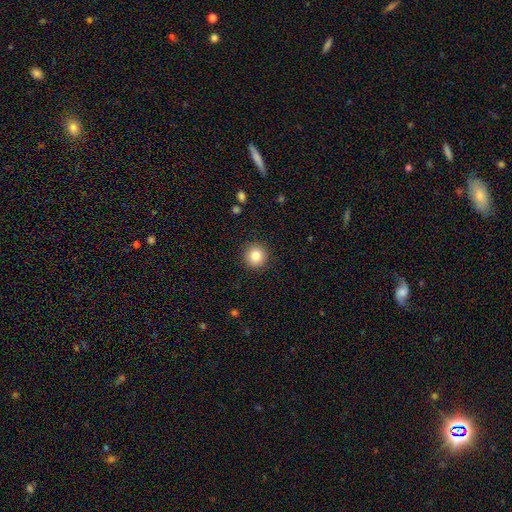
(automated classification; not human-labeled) smooth-or-featured: smooth: 82% | star or artifact: 10% | featured or disk: 7%
  how-rounded: round: 94% | in between: 5% | cigar-shaped: 1%
  merging: none: 92% | minor disturbance: 6% | major disturbance: 2% | merger: 1%